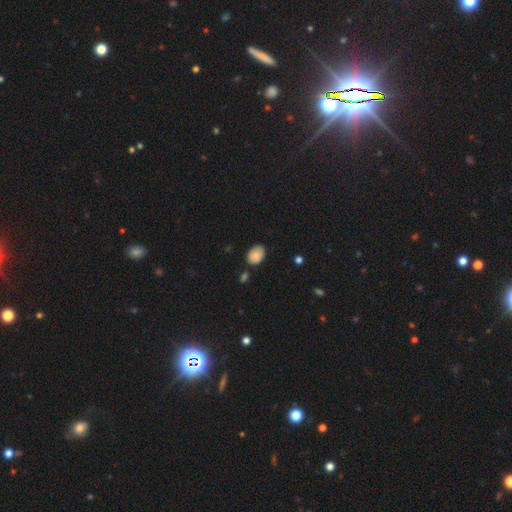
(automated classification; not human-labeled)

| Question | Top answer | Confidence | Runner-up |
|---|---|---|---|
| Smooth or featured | smooth | 86% | star or artifact (8%) |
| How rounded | in between | 79% | round (20%) |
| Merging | none | 73% | minor disturbance (19%) |